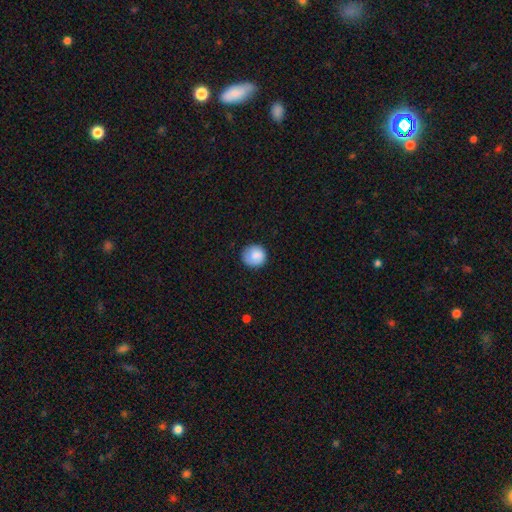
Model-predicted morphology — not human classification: smooth-or-featured: smooth: 84% | featured or disk: 9% | star or artifact: 7%
  how-rounded: round: 91% | in between: 8% | cigar-shaped: 1%
  merging: none: 82% | minor disturbance: 14% | major disturbance: 3% | merger: 1%